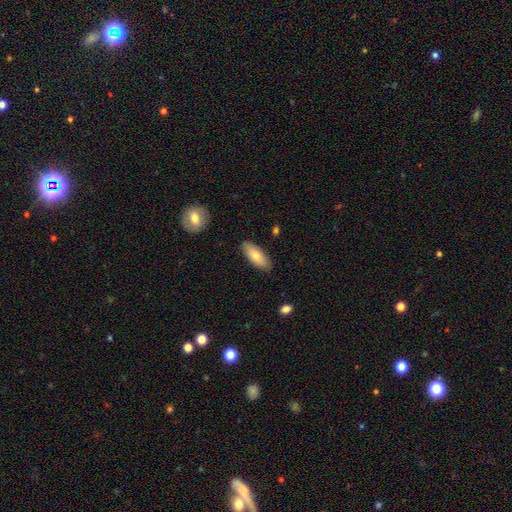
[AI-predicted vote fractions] This is likely a smooth galaxy (75%). How rounded: likely in between (80%). Merging: clearly none (85%).